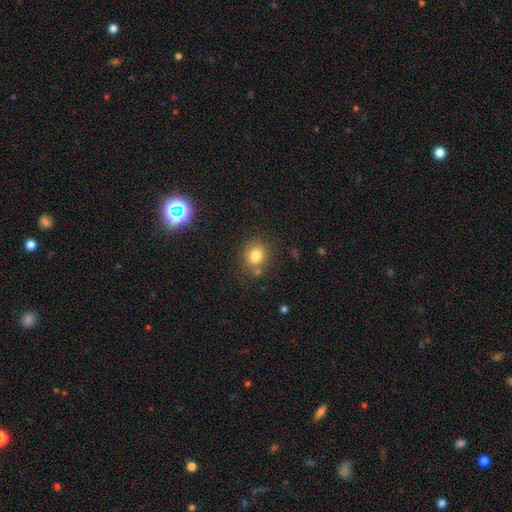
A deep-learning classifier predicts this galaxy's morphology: A smooth galaxy with no disk features (80%) that is round (78%). Merging: none (76%).